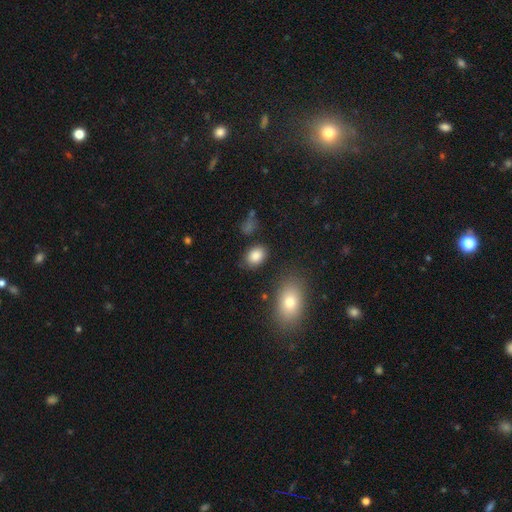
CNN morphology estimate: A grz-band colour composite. It shows a smooth galaxy with no disk features (86%) that is in between round and cigar-shaped (77%). Merging: none (81%).